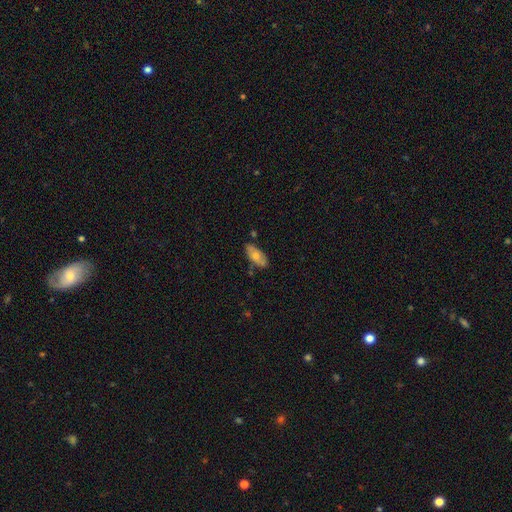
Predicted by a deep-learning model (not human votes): A smooth galaxy with no disk features (56%) that is in between round and cigar-shaped (88%). Merging: none (77%).